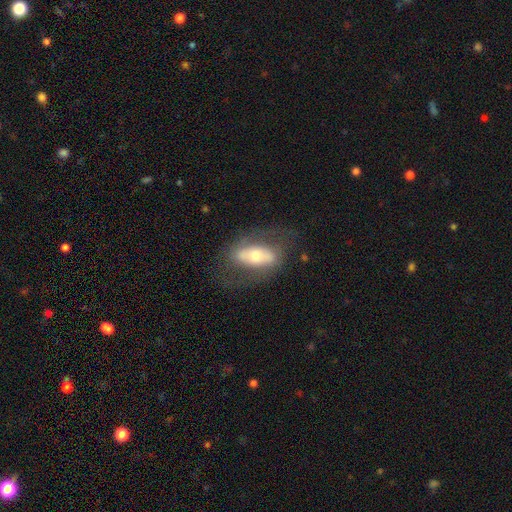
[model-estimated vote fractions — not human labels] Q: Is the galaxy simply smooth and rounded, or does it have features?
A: featured or disk — 52%.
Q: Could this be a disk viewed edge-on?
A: no — 80%.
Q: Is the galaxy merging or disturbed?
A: none — 67%.